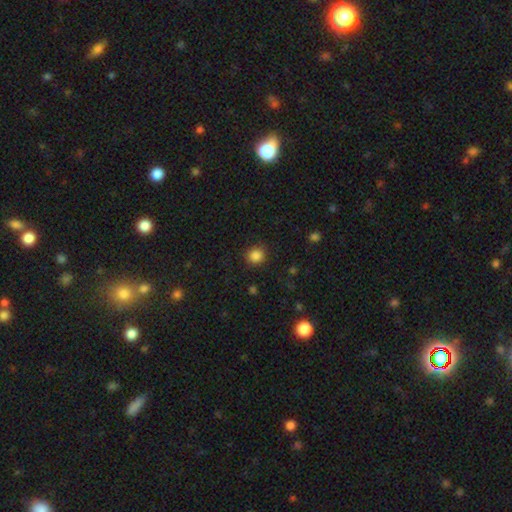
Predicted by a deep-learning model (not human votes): smooth-or-featured: smooth: 85% | star or artifact: 11% | featured or disk: 4%
  how-rounded: round: 90% | in between: 9% | cigar-shaped: 1%
  merging: none: 87% | minor disturbance: 9% | major disturbance: 3% | merger: 1%